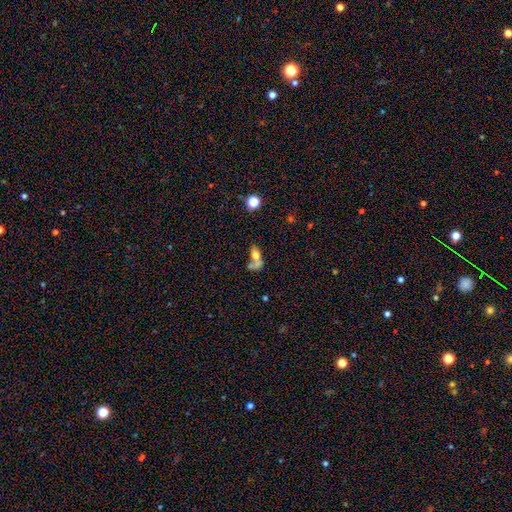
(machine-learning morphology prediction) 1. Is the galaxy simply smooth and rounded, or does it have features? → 64% smooth, 24% featured or disk, 12% star or artifact.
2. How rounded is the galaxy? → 75% in between, 16% round, 9% cigar-shaped.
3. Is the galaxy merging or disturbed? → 57% merger, 22% none, 12% major disturbance, 9% minor disturbance.